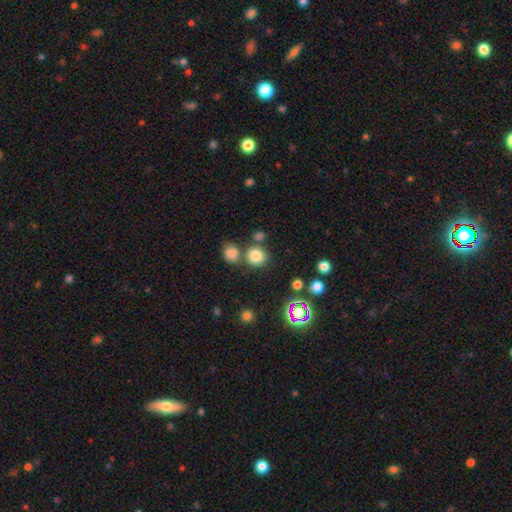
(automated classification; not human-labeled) Q: Smooth or featured?
A: smooth (80%); runner-up: star or artifact (14%)
Q: How rounded?
A: round (84%); runner-up: in between (15%)
Q: Merging?
A: none (68%); runner-up: merger (20%)